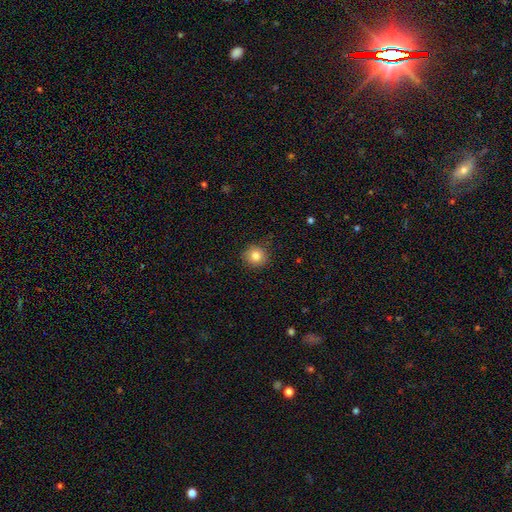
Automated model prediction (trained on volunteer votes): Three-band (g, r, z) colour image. It shows a smooth galaxy with no disk features (83%) that is round (91%). Merging: none (88%).